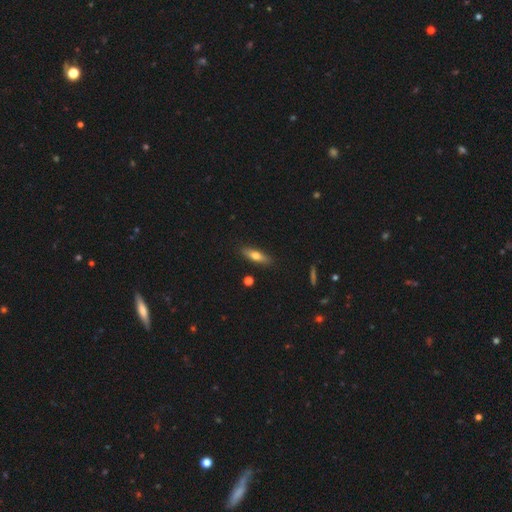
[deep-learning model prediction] Smooth or featured: smooth — 62% (featured or disk — 31%)
How rounded: cigar-shaped — 56% (in between — 41%)
Merging: none — 87% (minor disturbance — 9%)